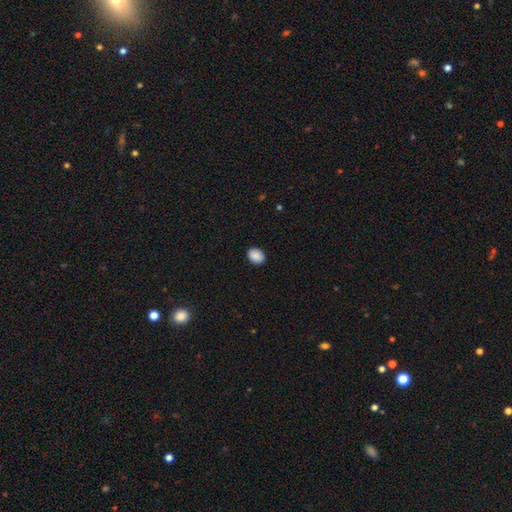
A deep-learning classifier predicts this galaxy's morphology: smooth-or-featured: smooth: 90% | star or artifact: 7% | featured or disk: 3%
  how-rounded: in between: 60% | round: 39% | cigar-shaped: 1%
  merging: none: 90% | minor disturbance: 7% | major disturbance: 2% | merger: 1%